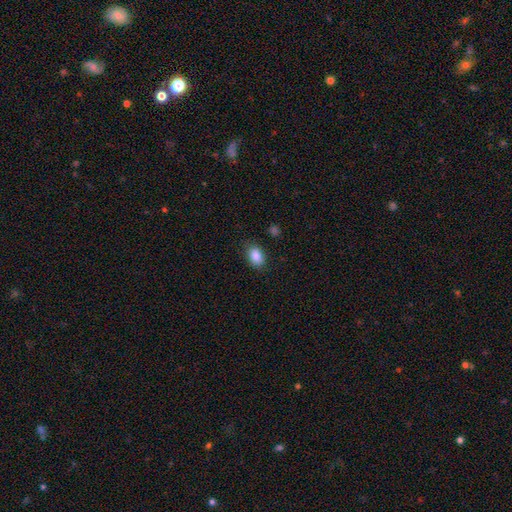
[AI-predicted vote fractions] Q: Smooth or featured?
A: smooth (87%); runner-up: star or artifact (8%)
Q: How rounded?
A: in between (85%); runner-up: round (13%)
Q: Merging?
A: none (83%); runner-up: minor disturbance (12%)